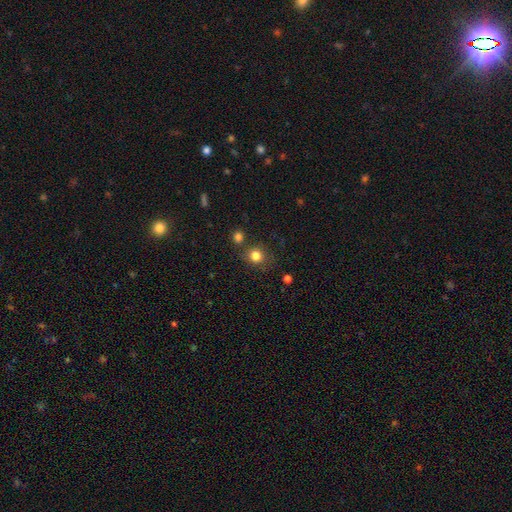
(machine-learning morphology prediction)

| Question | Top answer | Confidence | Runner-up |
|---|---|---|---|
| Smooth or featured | smooth | 82% | star or artifact (12%) |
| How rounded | round | 84% | in between (15%) |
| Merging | none | 75% | minor disturbance (11%) |